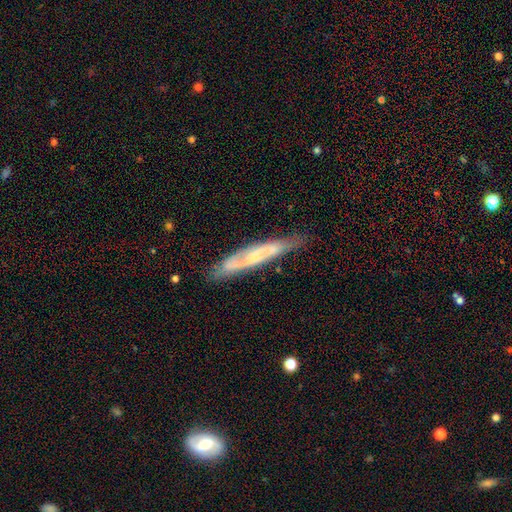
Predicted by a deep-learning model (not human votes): Overall: featured or disk (68%). Edge-on disk: yes (51%; no 49%). Merging: none (70%).